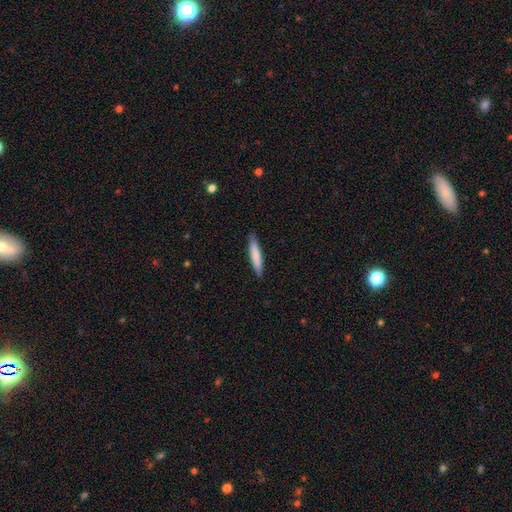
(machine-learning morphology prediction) type=smooth (78%); roundness=cigar-shaped (91%); merging=none (88%).